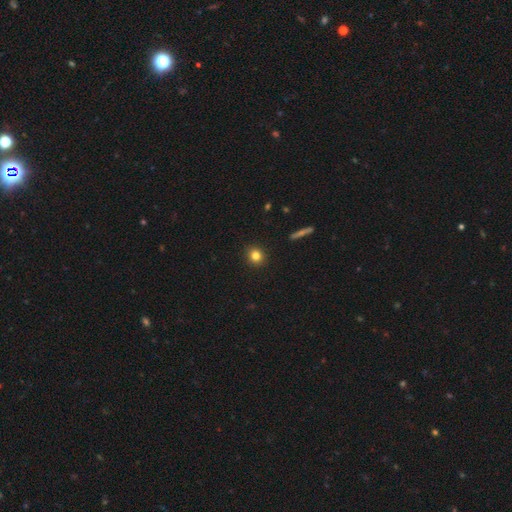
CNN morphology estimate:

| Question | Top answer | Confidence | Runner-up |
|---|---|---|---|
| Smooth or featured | smooth | 81% | star or artifact (12%) |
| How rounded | round | 86% | in between (13%) |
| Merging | none | 92% | minor disturbance (5%) |